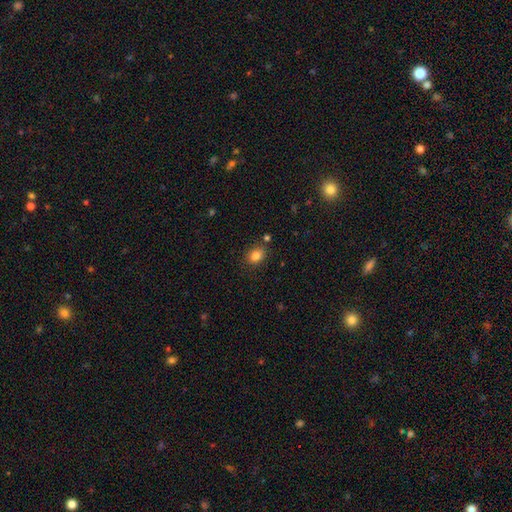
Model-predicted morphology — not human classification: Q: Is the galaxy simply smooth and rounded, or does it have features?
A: smooth — 84%.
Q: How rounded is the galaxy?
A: in between — 53%.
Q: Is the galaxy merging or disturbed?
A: none — 81%.